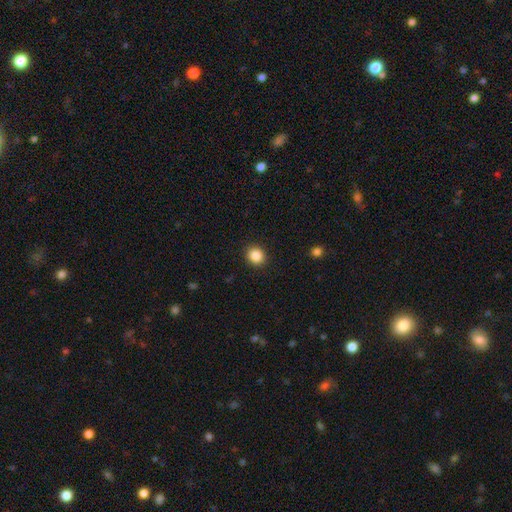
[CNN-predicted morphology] Smooth or featured? smooth (86%)
How rounded? round (83%)
Merging? none (91%)